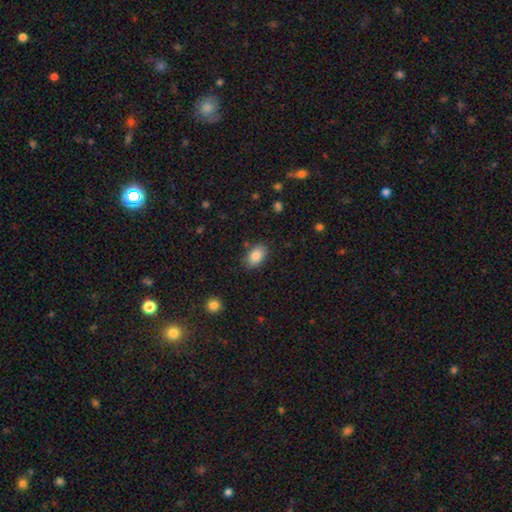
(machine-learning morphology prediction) A smooth galaxy with no disk features (86%) that is in between round and cigar-shaped (86%).

Vote fractions:
- Smooth or featured? smooth: 86% / star or artifact: 8% / featured or disk: 6%
- How rounded? in between: 86% / round: 13% / cigar-shaped: 1%
- Merging? none: 82% / minor disturbance: 13% / major disturbance: 3% / merger: 2%